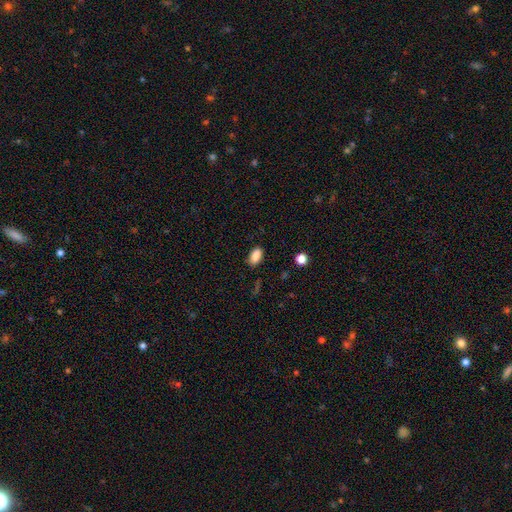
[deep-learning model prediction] smooth-or-featured: smooth: 87% | star or artifact: 9% | featured or disk: 4%
  how-rounded: in between: 91% | round: 6% | cigar-shaped: 3%
  merging: none: 83% | minor disturbance: 13% | major disturbance: 3% | merger: 1%